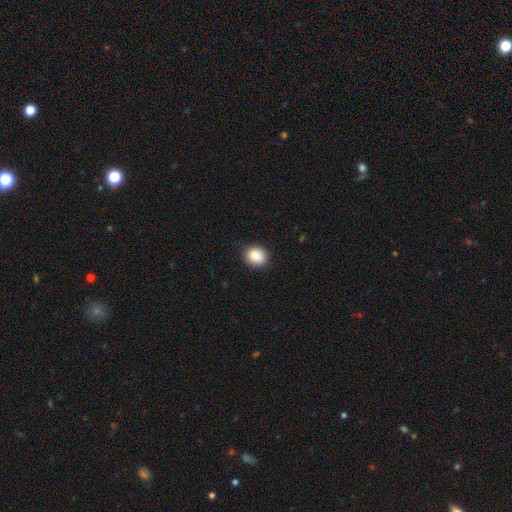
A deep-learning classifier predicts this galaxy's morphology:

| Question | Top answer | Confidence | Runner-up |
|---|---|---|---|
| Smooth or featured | smooth | 88% | star or artifact (8%) |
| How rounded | round | 61% | in between (38%) |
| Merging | none | 87% | minor disturbance (10%) |